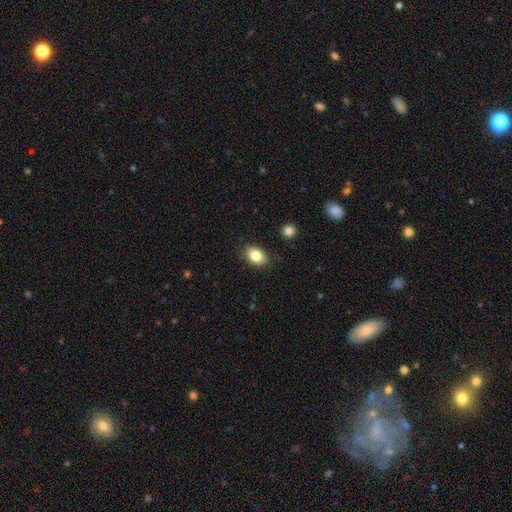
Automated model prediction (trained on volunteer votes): This is clearly a smooth galaxy (83%). How rounded: clearly in between (80%). Merging: clearly none (85%).